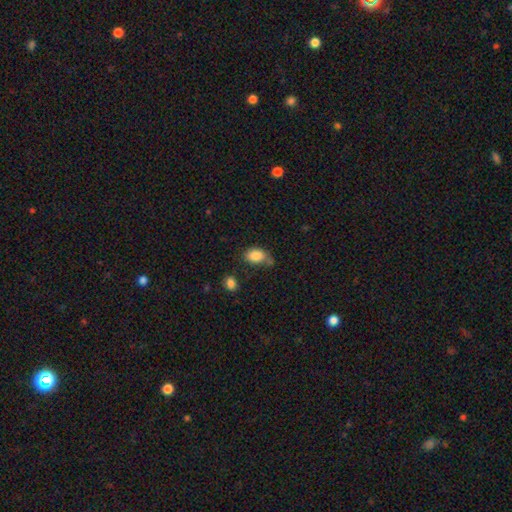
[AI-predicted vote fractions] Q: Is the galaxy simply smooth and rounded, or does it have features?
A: smooth — 85%.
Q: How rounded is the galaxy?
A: in between — 86%.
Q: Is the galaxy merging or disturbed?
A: none — 51%.